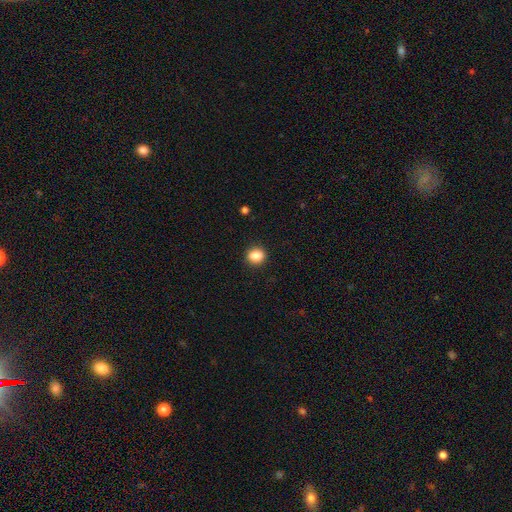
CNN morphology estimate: Smooth or featured? Predicted: smooth (p=0.86). How rounded? Predicted: round (p=0.69). Merging? Predicted: none (p=0.91).